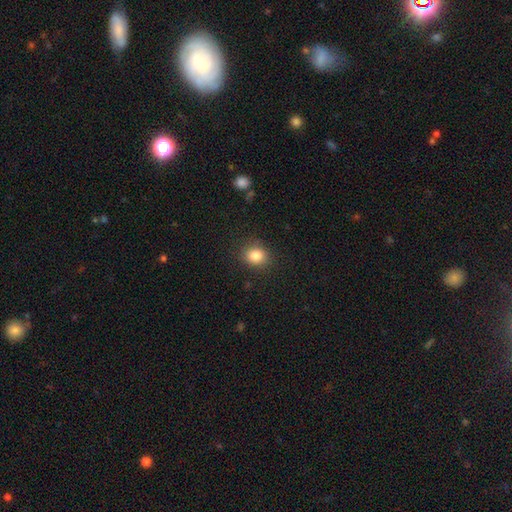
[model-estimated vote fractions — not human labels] A smooth galaxy with no disk features (85%) that is round (65%). Merging: none (86%).